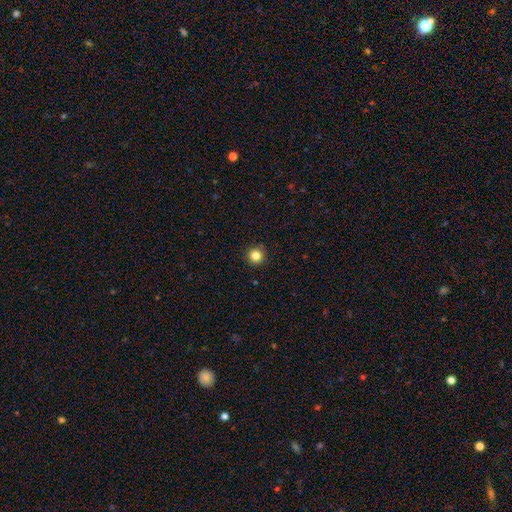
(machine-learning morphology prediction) Smooth or featured?
  - smooth: 83% *
  - star or artifact: 12%
  - featured or disk: 5%
How rounded?
  - round: 95% *
  - in between: 4%
  - cigar-shaped: 1%
Merging?
  - none: 92% *
  - minor disturbance: 6%
  - major disturbance: 2%
  - merger: 1%